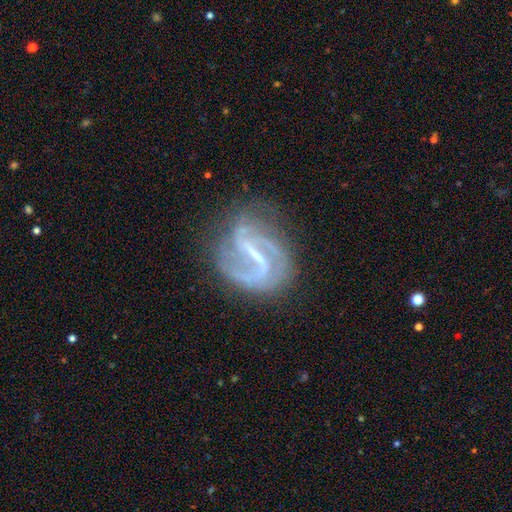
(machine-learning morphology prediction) The model was most divided on "spiral winding": medium: 45%, loose: 30%, tight: 25%. More confident: edge-on disk — no (97%); spiral arms — yes (93%); smooth or featured — featured or disk (87%); merging — none (63%); bar — strong (60%); spiral arm count — 2 (60%); bulge size — small (56%).